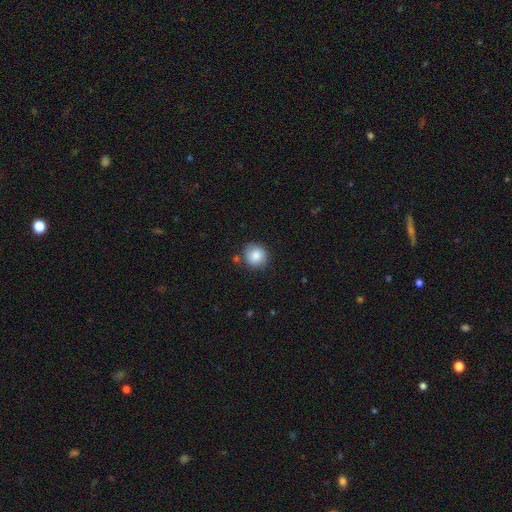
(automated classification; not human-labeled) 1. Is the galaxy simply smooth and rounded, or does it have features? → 84% smooth, 8% featured or disk, 8% star or artifact.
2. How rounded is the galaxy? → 85% round, 14% in between, 1% cigar-shaped.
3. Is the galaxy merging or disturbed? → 81% none, 13% minor disturbance, 3% major disturbance, 3% merger.